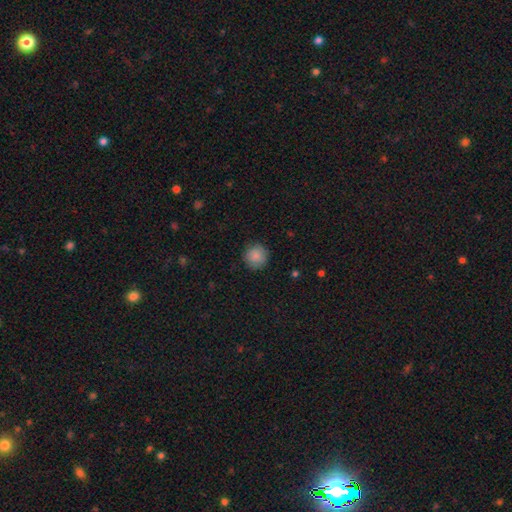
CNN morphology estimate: Smooth or featured: smooth — 87% (star or artifact — 8%)
How rounded: round — 94% (in between — 5%)
Merging: none — 88% (minor disturbance — 9%)